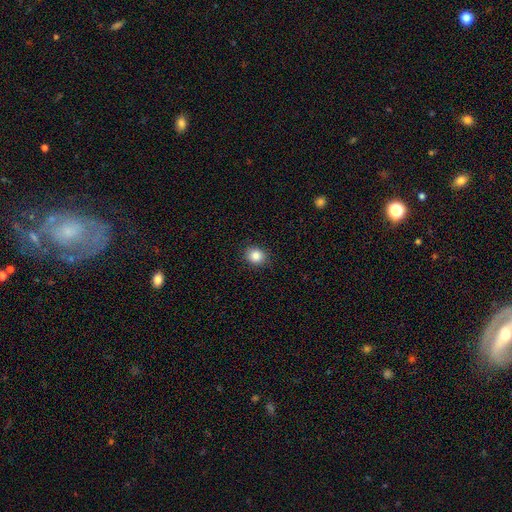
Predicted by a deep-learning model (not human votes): Q: Smooth or featured?
A: smooth (86%); runner-up: star or artifact (10%)
Q: How rounded?
A: round (75%); runner-up: in between (24%)
Q: Merging?
A: none (90%); runner-up: minor disturbance (7%)